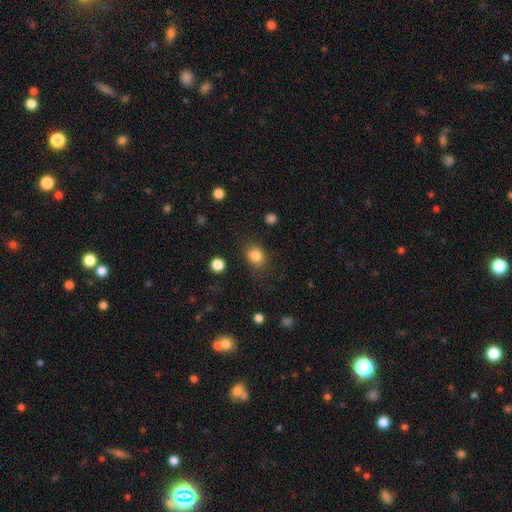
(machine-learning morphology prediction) This is clearly a smooth galaxy (83%). How rounded: possibly round (53%). Merging: likely none (74%).